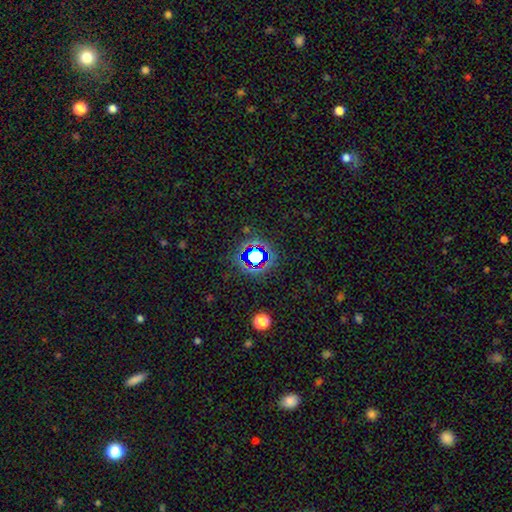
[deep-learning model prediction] Smooth or featured: star or artifact — 68% (smooth — 20%)